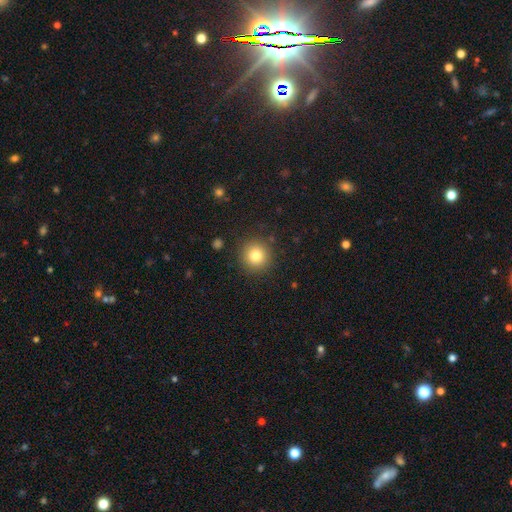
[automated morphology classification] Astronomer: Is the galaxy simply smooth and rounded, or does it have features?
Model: smooth — 81%.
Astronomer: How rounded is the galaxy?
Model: round — 94%.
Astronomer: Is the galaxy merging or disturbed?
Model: none — 90%.